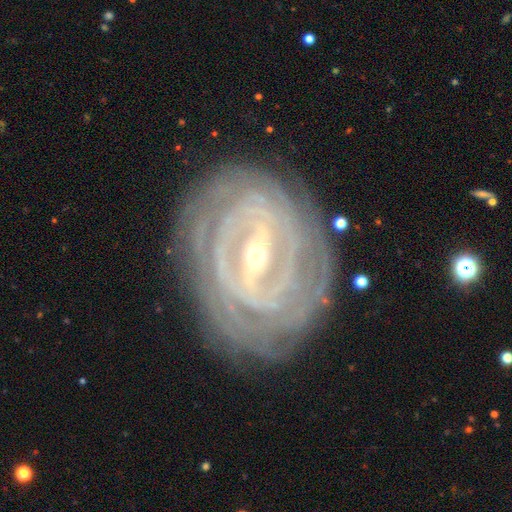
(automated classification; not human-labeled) The model was most divided on "spiral arm count": can't tell: 31%, 4: 20%, 2: 16%, 3: 14%, more than 4: 12%, 1: 7%. More confident: edge-on disk — no (95%); spiral arms — yes (95%); smooth or featured — featured or disk (91%); spiral winding — tight (86%); merging — none (83%); bar — strong (67%); bulge size — small (56%).